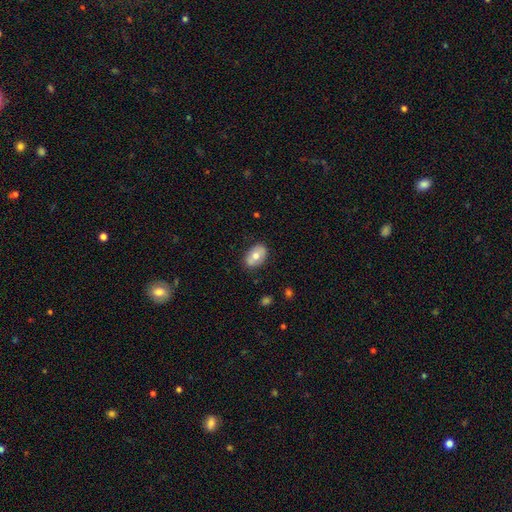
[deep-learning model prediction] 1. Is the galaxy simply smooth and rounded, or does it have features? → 64% smooth, 29% featured or disk, 7% star or artifact.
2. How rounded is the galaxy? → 88% in between, 10% round, 2% cigar-shaped.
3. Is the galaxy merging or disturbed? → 82% none, 14% minor disturbance, 3% major disturbance, 1% merger.